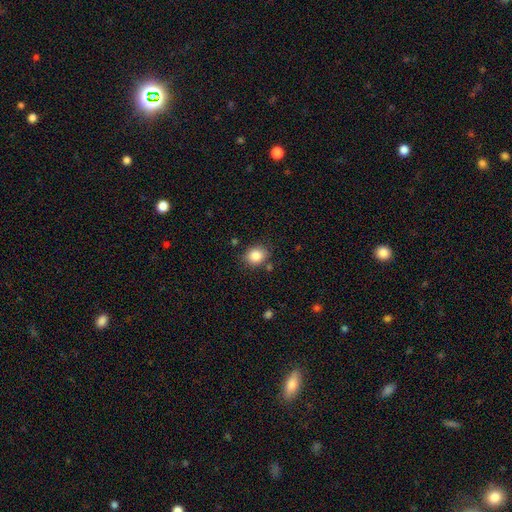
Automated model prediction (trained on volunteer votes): smooth_or_featured: smooth (p=0.85) [alt: star or artifact p=0.10]
how_rounded: round (p=0.68) [alt: in between p=0.31]
merging: none (p=0.81) [alt: minor disturbance p=0.12]